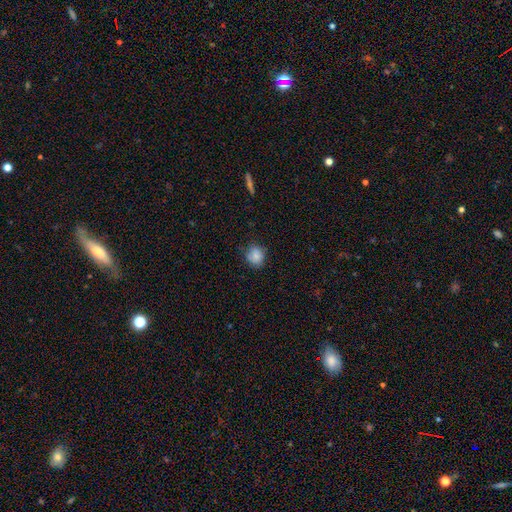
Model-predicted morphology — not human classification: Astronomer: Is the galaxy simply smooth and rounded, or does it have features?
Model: smooth — 82%.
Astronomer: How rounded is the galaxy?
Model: round — 78%.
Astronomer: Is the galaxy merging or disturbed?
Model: none — 73%.